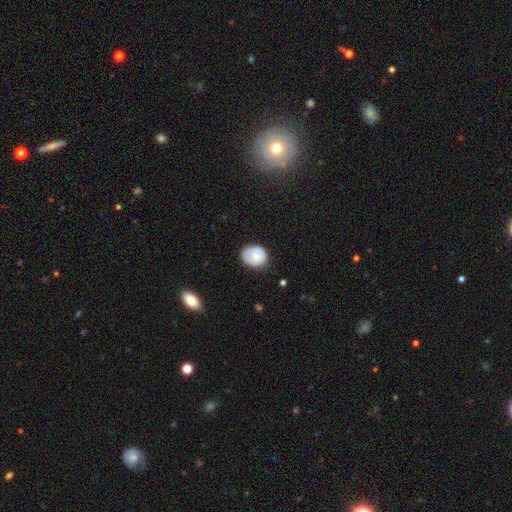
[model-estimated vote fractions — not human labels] Smooth or featured? smooth (70%)
How rounded? round (52%)
Merging? none (67%)